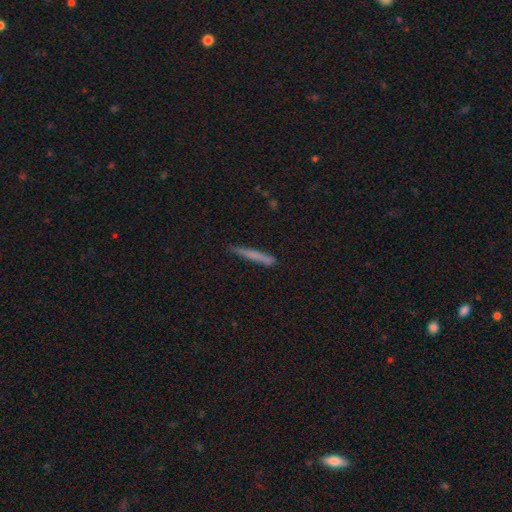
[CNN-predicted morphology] smooth_or_featured: smooth (p=0.68) [alt: featured or disk p=0.25]
how_rounded: cigar-shaped (p=0.96) [alt: in between p=0.02]
merging: none (p=0.82) [alt: minor disturbance p=0.13]